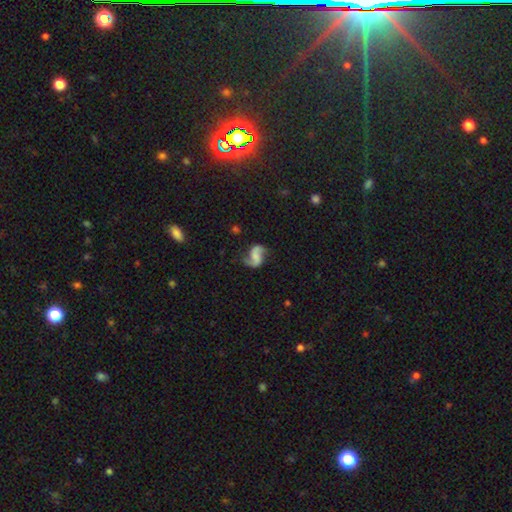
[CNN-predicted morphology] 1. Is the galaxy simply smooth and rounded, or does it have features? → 80% featured or disk, 12% smooth, 7% star or artifact.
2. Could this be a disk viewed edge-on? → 98% no, 2% yes.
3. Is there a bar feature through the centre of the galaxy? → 44% no, 38% weak, 18% strong.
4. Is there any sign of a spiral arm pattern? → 96% yes, 4% no.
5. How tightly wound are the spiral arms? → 62% loose, 31% medium, 8% tight.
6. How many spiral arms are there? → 92% 2, 3% 1, 2% can't tell, 1% 3, 1% 4, 1% more than 4.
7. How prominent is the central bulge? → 55% none, 21% small, 14% moderate, 7% large, 2% dominant.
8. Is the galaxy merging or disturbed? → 70% none, 18% minor disturbance, 10% major disturbance, 2% merger.